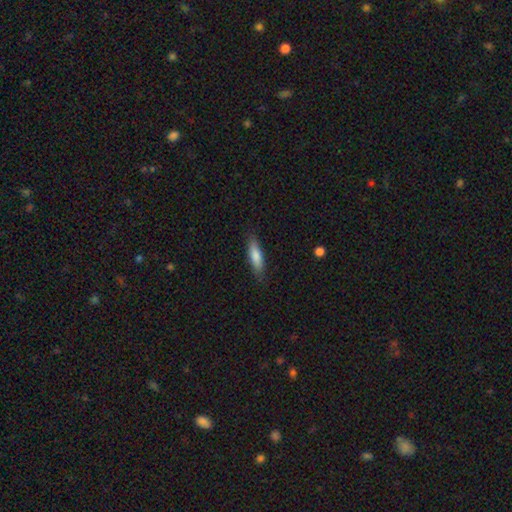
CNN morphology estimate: Smooth or featured? Predicted: smooth (p=0.79). How rounded? Predicted: cigar-shaped (p=0.68). Merging? Predicted: none (p=0.85).